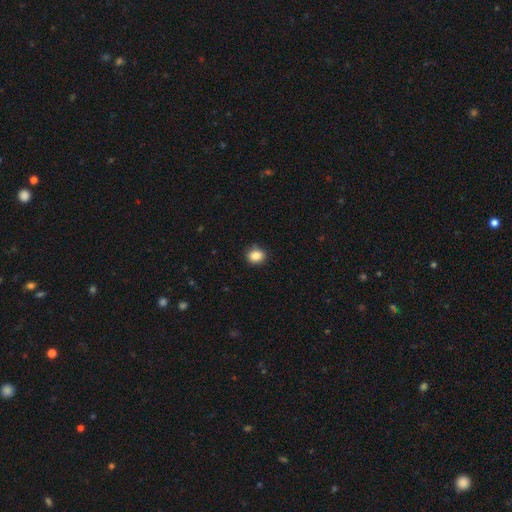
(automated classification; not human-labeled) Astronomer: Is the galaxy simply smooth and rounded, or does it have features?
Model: smooth — 86%.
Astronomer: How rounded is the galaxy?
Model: round — 64%.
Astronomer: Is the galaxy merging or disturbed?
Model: none — 87%.